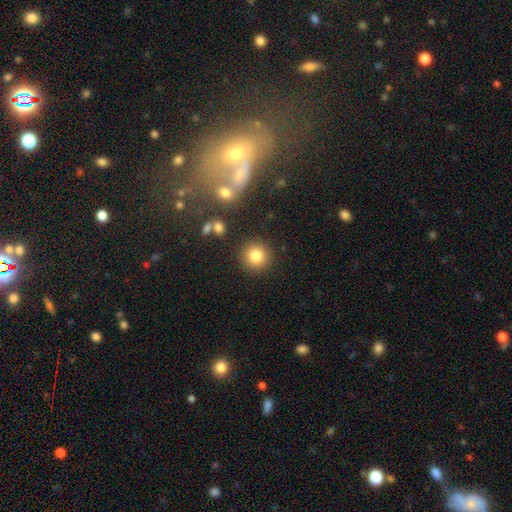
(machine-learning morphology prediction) type=smooth (83%); roundness=round (93%); merging=none (87%).